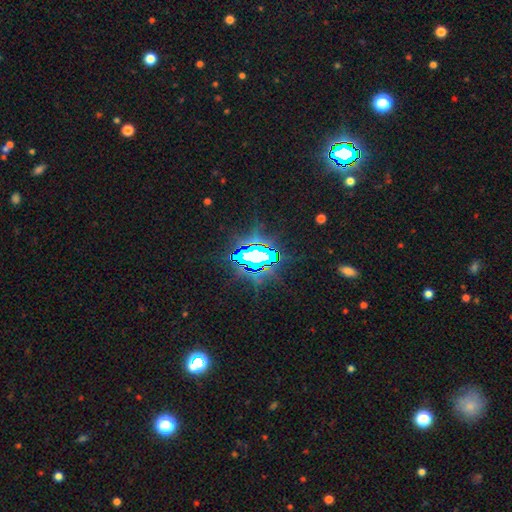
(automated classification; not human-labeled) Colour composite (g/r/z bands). It shows a star or artifact, not a galaxy (78%).